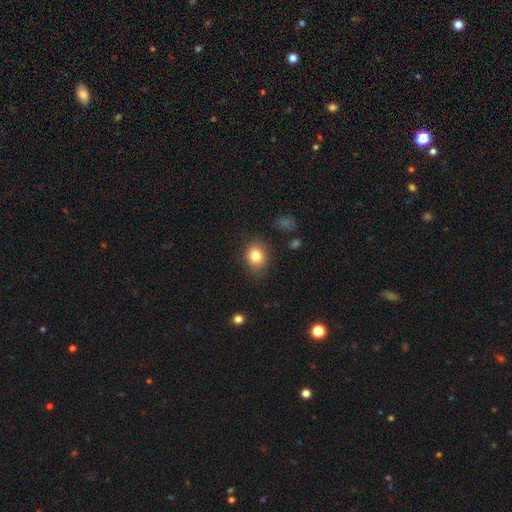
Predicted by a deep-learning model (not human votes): This appears to be a smooth galaxy with no disk features (82%) that is round (65%). Merging: none (80%).